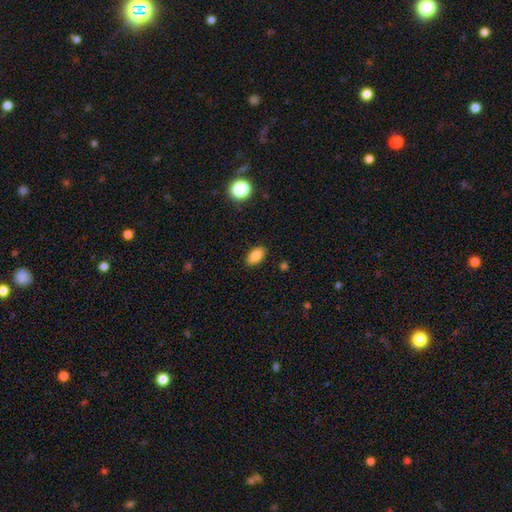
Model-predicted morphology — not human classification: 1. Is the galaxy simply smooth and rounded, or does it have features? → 86% smooth, 9% star or artifact, 5% featured or disk.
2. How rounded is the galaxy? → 91% in between, 6% round, 3% cigar-shaped.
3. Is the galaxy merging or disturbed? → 88% none, 9% minor disturbance, 2% major disturbance, 1% merger.